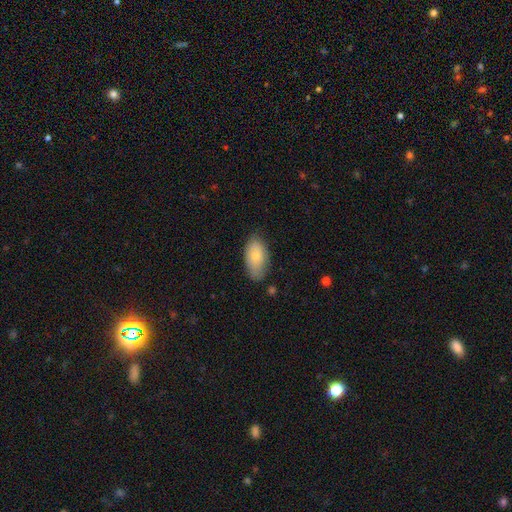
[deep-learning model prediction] This appears to be a smooth galaxy with no disk features (77%) that is in between round and cigar-shaped (94%). Merging: none (71%).